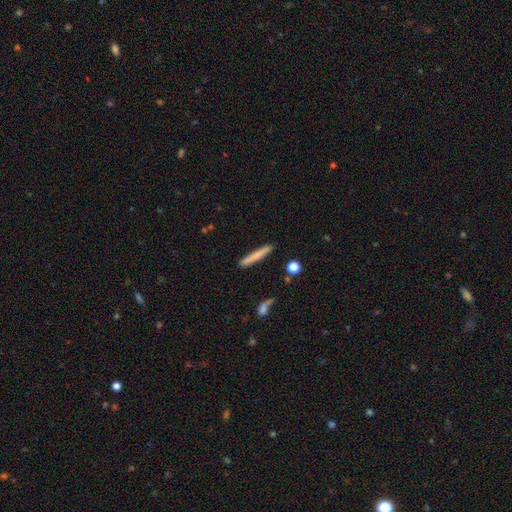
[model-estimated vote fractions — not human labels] A smooth galaxy with no disk features (74%) that is cigar-shaped (95%).

Vote fractions:
- Smooth or featured? smooth: 74% / featured or disk: 19% / star or artifact: 6%
- How rounded? cigar-shaped: 95% / in between: 3% / round: 1%
- Merging? none: 88% / minor disturbance: 8% / merger: 2% / major disturbance: 2%